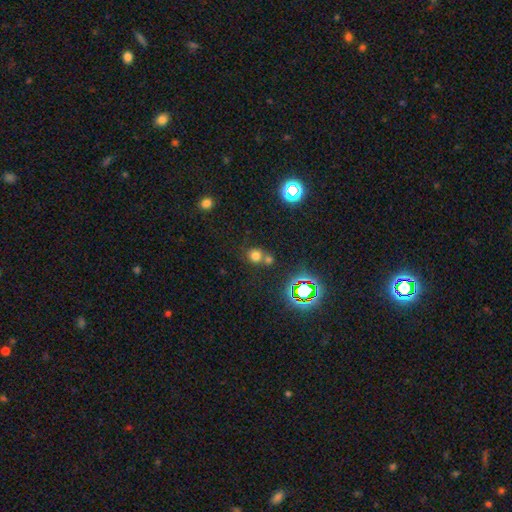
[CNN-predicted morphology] smooth-or-featured: smooth: 67% | star or artifact: 24% | featured or disk: 8%
  how-rounded: round: 83% | in between: 16% | cigar-shaped: 1%
  merging: none: 54% | merger: 35% | minor disturbance: 8% | major disturbance: 4%